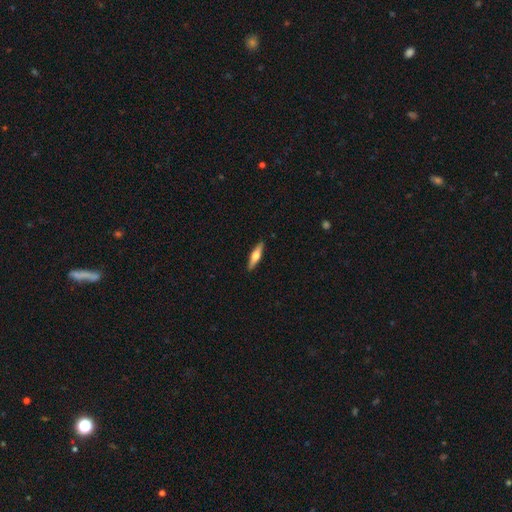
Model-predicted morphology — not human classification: smooth-or-featured: featured or disk: 49% | smooth: 46% | star or artifact: 5%
  merging: none: 90% | minor disturbance: 7% | major disturbance: 1% | merger: 1%